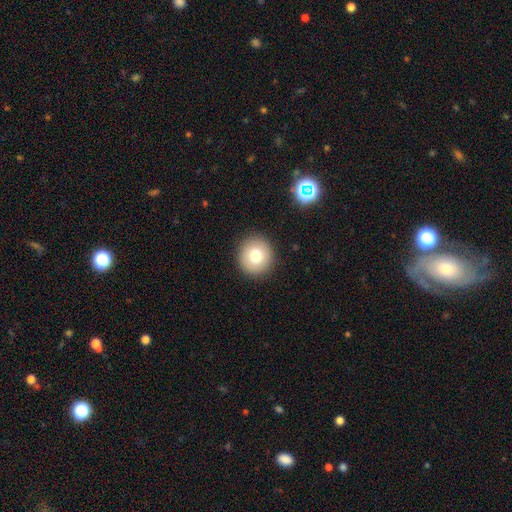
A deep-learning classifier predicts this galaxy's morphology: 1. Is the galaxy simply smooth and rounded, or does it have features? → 76% smooth, 13% featured or disk, 10% star or artifact.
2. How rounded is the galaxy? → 92% round, 7% in between, 1% cigar-shaped.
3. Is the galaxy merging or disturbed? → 91% none, 6% minor disturbance, 2% major disturbance, 1% merger.